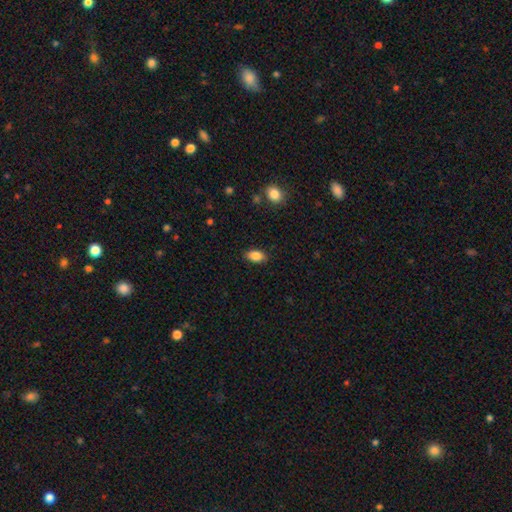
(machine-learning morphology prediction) Overall: smooth (86%). How rounded: in between (90%). Merging: none (86%).